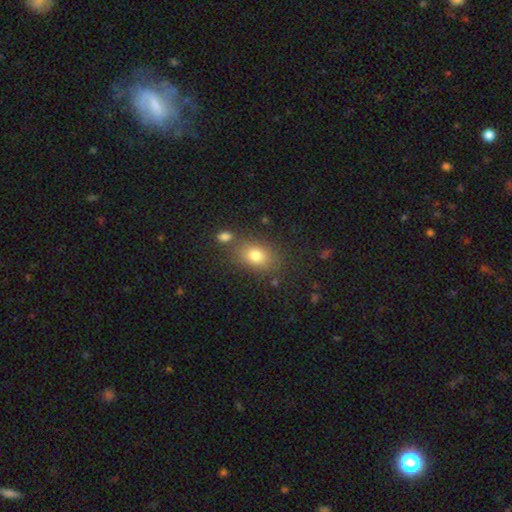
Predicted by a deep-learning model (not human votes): This is likely a smooth galaxy (79%). How rounded: likely in between (73%). Merging: likely none (74%).